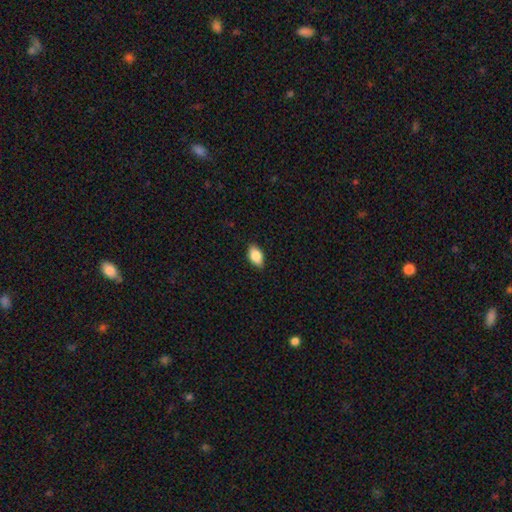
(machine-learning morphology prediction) Smooth or featured: smooth — 84% (featured or disk — 9%)
How rounded: in between — 91% (round — 6%)
Merging: none — 86% (minor disturbance — 11%)